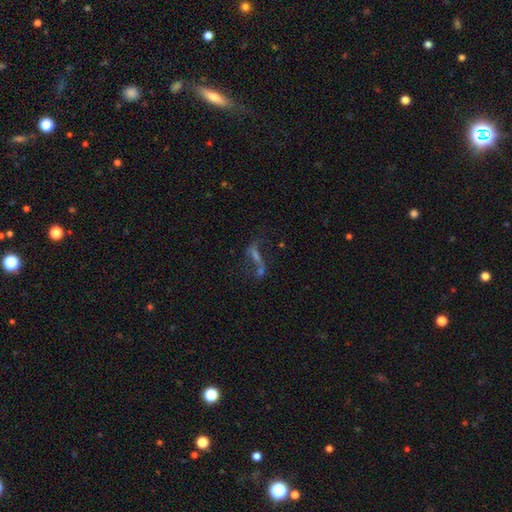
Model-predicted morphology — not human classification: Q: Smooth or featured?
A: featured or disk (51%); runner-up: star or artifact (27%)
Q: Edge-on disk?
A: no (79%); runner-up: yes (21%)
Q: Merging?
A: none (44%); runner-up: major disturbance (23%)